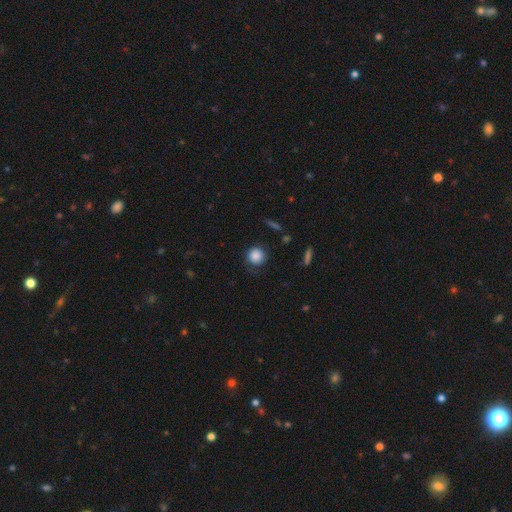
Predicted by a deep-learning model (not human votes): Smooth or featured? smooth (84%)
How rounded? round (93%)
Merging? none (73%)